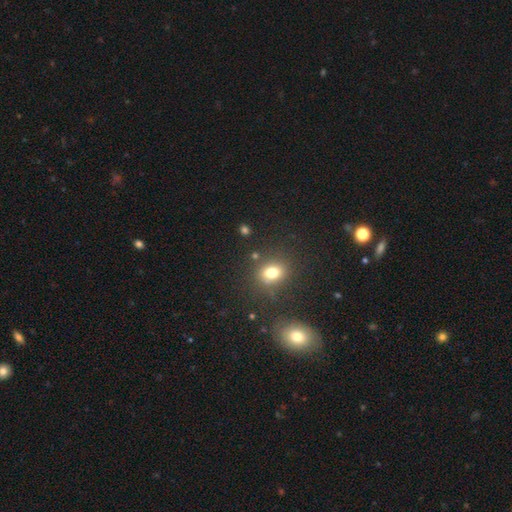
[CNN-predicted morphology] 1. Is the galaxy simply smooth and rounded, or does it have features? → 69% smooth, 22% star or artifact, 9% featured or disk.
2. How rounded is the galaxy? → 51% round, 48% in between, 2% cigar-shaped.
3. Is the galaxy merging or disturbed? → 77% none, 11% minor disturbance, 8% merger, 4% major disturbance.